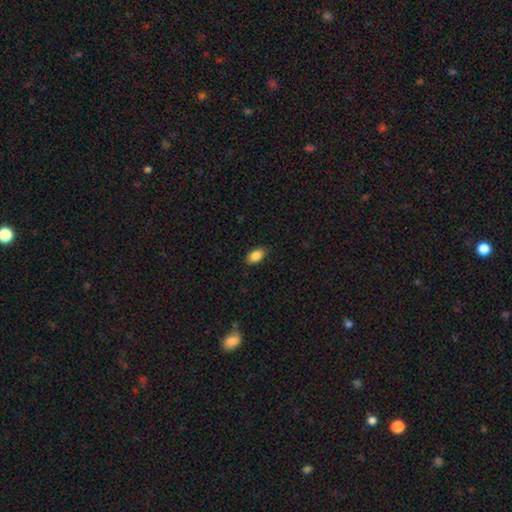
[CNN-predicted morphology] Smooth or featured: smooth — 88% (star or artifact — 7%)
How rounded: in between — 92% (round — 5%)
Merging: none — 87% (minor disturbance — 10%)